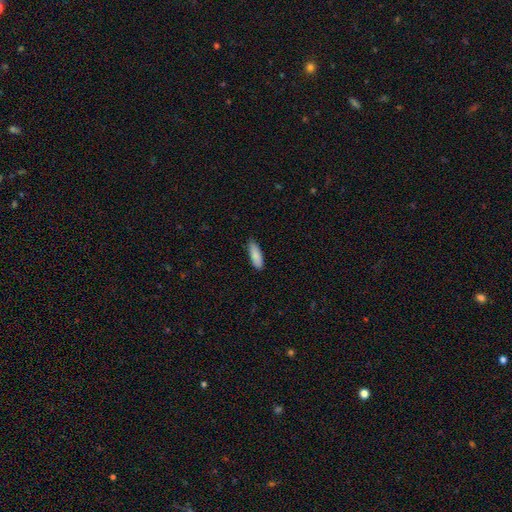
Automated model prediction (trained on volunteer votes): smooth_or_featured: smooth (p=0.87) [alt: featured or disk p=0.07]
how_rounded: in between (p=0.56) [alt: cigar-shaped p=0.43]
merging: none (p=0.80) [alt: minor disturbance p=0.16]